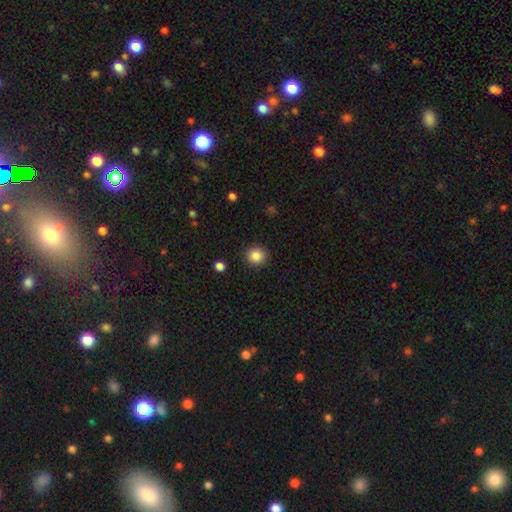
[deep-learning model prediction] Q: Smooth or featured?
A: smooth (86%); runner-up: star or artifact (10%)
Q: How rounded?
A: round (90%); runner-up: in between (9%)
Q: Merging?
A: none (91%); runner-up: minor disturbance (6%)